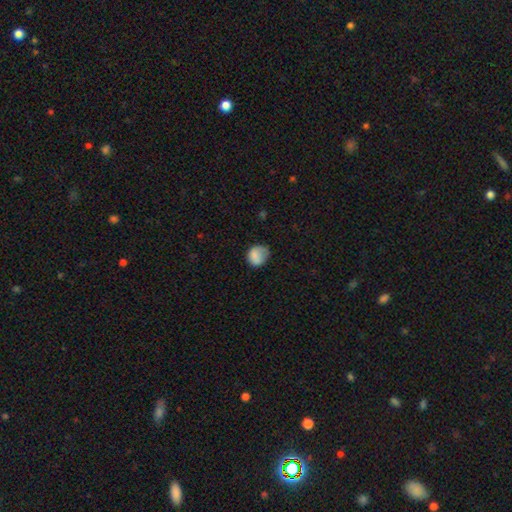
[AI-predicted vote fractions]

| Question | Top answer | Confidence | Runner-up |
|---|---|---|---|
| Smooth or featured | smooth | 82% | featured or disk (10%) |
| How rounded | round | 65% | in between (34%) |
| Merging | none | 54% | minor disturbance (31%) |